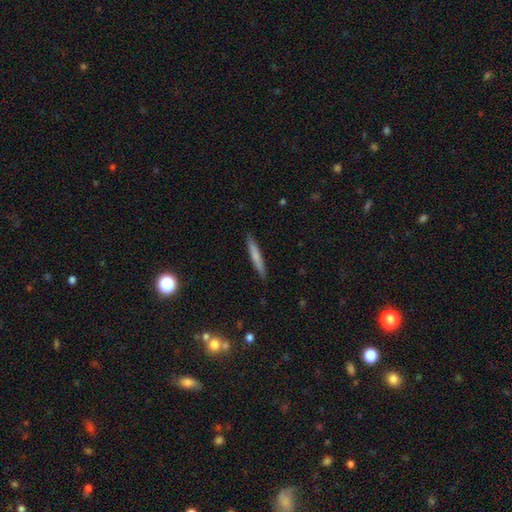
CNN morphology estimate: Q: Smooth or featured?
A: smooth (70%); runner-up: featured or disk (24%)
Q: How rounded?
A: cigar-shaped (95%); runner-up: in between (4%)
Q: Merging?
A: none (90%); runner-up: minor disturbance (8%)